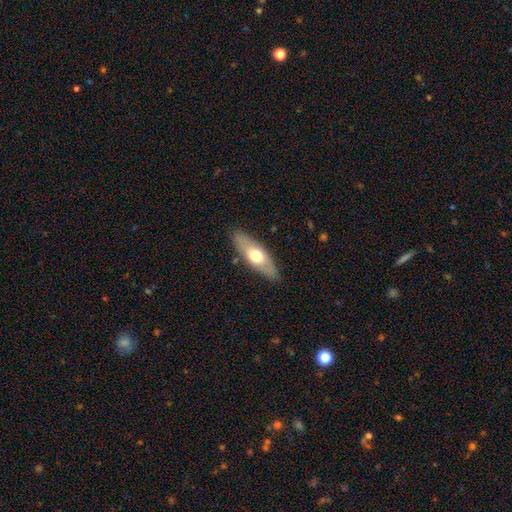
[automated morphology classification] A smooth galaxy with no disk features (53%) that is in between round and cigar-shaped (61%). Merging: none (86%).